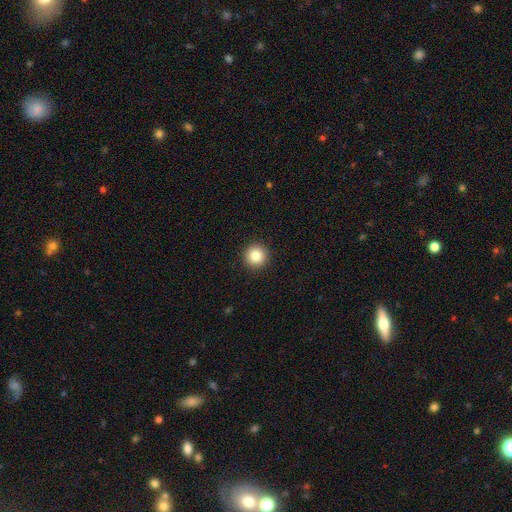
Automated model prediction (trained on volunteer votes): Overall: smooth (86%). How rounded: round (96%). Merging: none (93%).